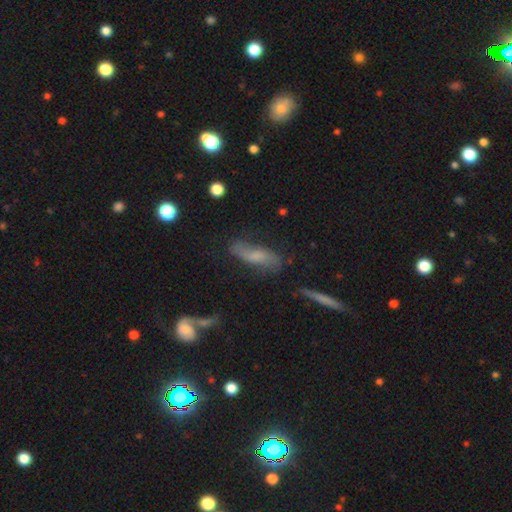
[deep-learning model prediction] Smooth or featured? smooth (44%, tied with featured or disk)
Merging? none (59%)